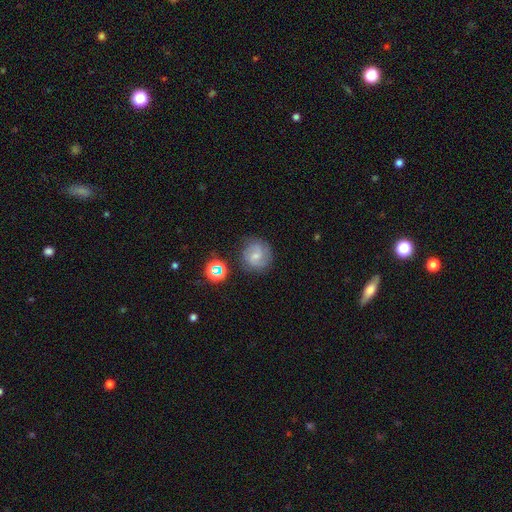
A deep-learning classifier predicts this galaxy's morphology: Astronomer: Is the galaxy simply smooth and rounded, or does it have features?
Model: featured or disk — 56% (runner-up: smooth, 33%).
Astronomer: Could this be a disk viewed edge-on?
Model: no — 97%.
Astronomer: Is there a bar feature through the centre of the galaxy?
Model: weak — 50% (runner-up: no, 39%).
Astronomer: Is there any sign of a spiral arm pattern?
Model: yes — 88%.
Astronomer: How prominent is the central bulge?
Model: small — 57% (runner-up: moderate, 32%).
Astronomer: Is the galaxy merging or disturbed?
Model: none — 75%.